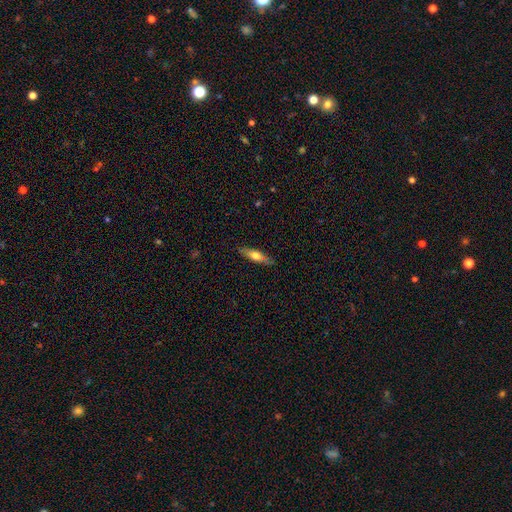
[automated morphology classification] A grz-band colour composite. It shows a smooth galaxy with no disk features (52%) that is cigar-shaped (67%). Merging: none (85%).